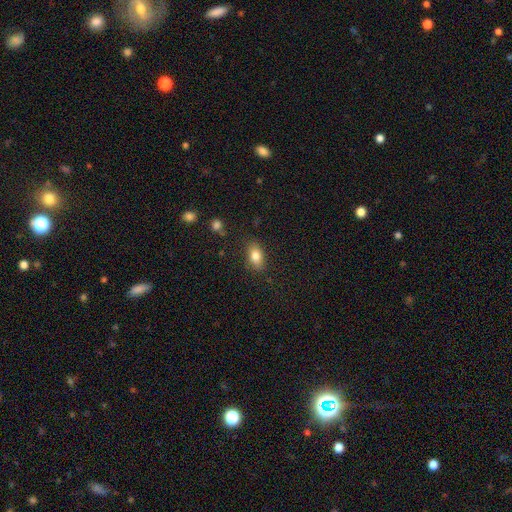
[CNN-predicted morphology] type=smooth (82%); roundness=in between (87%); merging=none (83%).